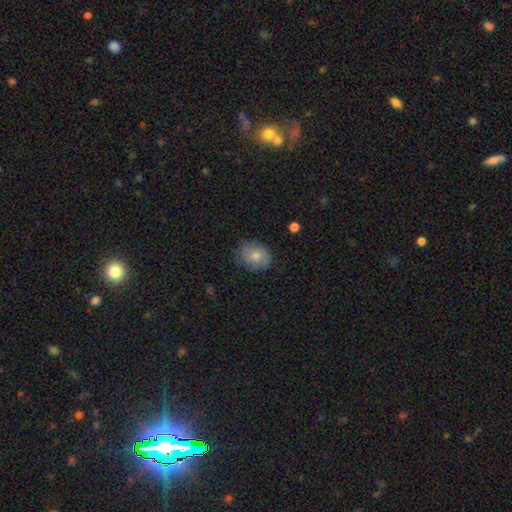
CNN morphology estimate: Smooth or featured: smooth — 74% (featured or disk — 19%)
How rounded: in between — 53% (round — 46%)
Merging: none — 73% (minor disturbance — 21%)